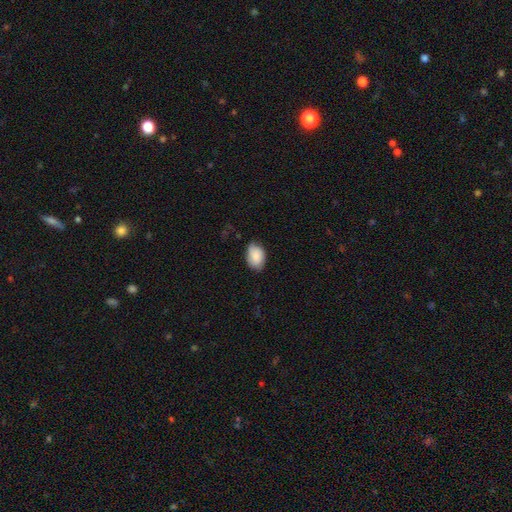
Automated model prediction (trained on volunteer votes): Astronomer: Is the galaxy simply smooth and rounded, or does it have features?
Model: smooth — 81%.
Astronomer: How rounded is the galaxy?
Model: in between — 85%.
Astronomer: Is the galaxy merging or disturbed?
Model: none — 65%.